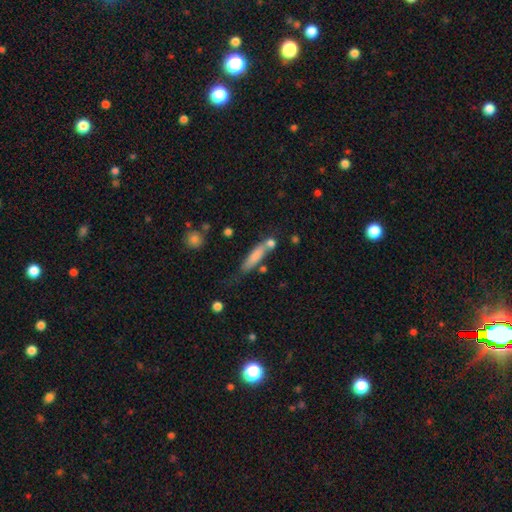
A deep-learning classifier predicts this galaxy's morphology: smooth 75%, featured or disk 18%, star or artifact 7%. Down the decision tree: how rounded — cigar-shaped (75%); merging — none (55%).